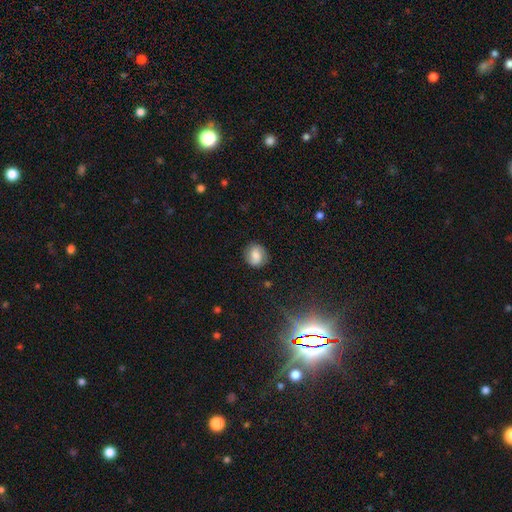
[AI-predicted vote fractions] smooth 66%, featured or disk 24%, star or artifact 10%. Down the decision tree: how rounded — round (72%); merging — none (82%).